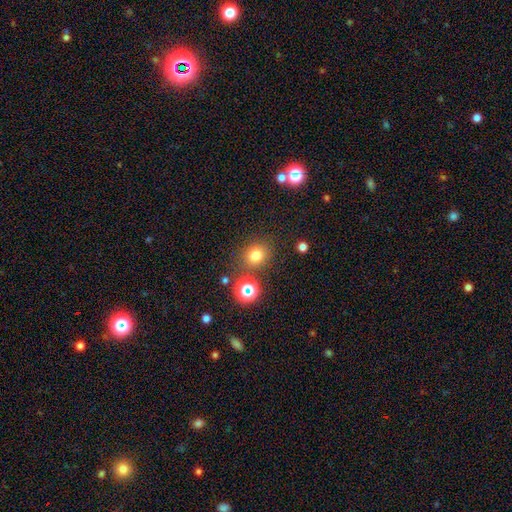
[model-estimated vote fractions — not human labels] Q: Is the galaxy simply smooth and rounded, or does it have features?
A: smooth — 74%.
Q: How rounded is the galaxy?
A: round — 79%.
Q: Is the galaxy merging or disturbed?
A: none — 80%.